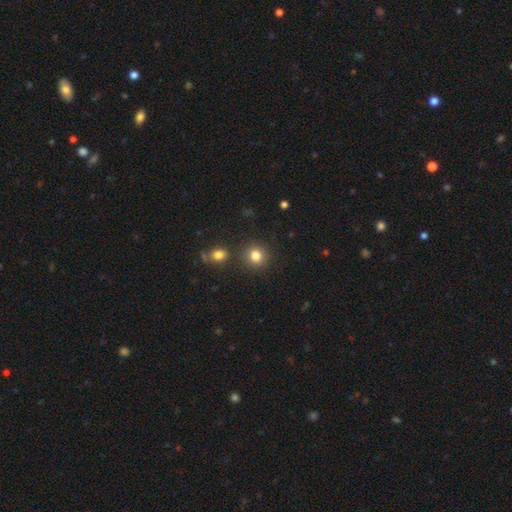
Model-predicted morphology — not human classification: Smooth or featured? smooth (82%)
How rounded? round (90%)
Merging? none (86%)